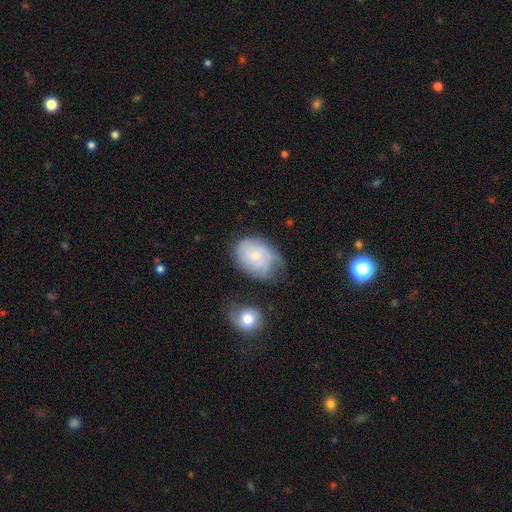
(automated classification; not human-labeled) Morphology: type=featured or disk (52%); edge-on=no (96%); bar=no (81%); spiral arms=yes (79%); bulge=small (67%); merging=none (53%).